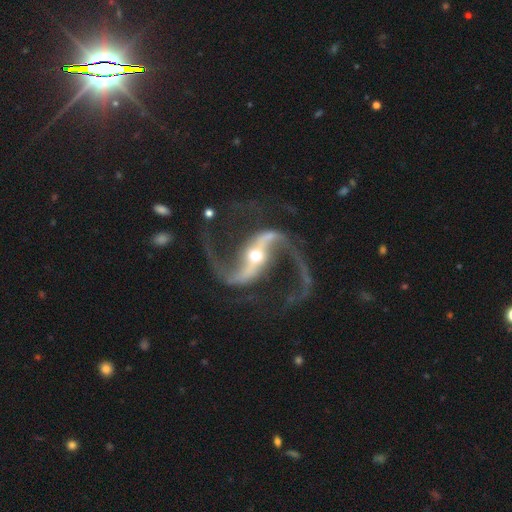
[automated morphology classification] A featured or disk galaxy (94%) with a strong bar (67%), 2 (95%) loose (72%) spiral arms (98%) and a moderate central bulge (59%). Merging: none (76%).